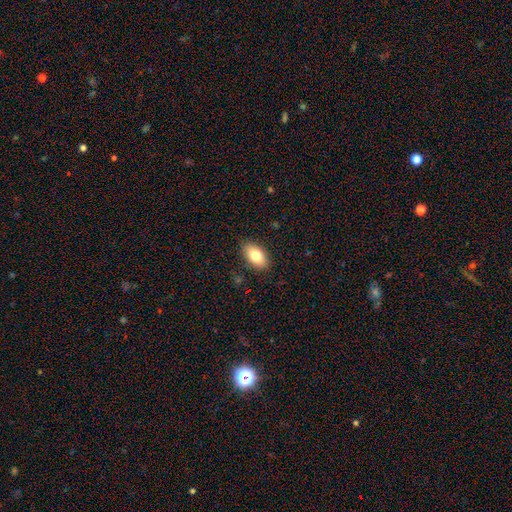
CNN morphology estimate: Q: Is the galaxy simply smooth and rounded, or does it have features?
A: smooth — 80%.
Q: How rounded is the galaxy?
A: in between — 92%.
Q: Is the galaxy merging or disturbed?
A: none — 86%.